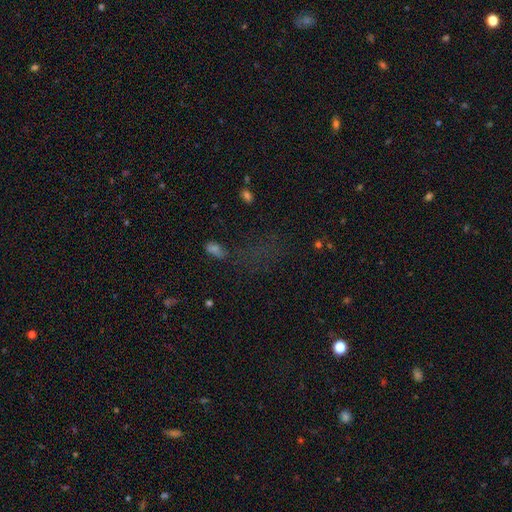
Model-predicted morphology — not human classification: Smooth or featured? star or artifact (57%)